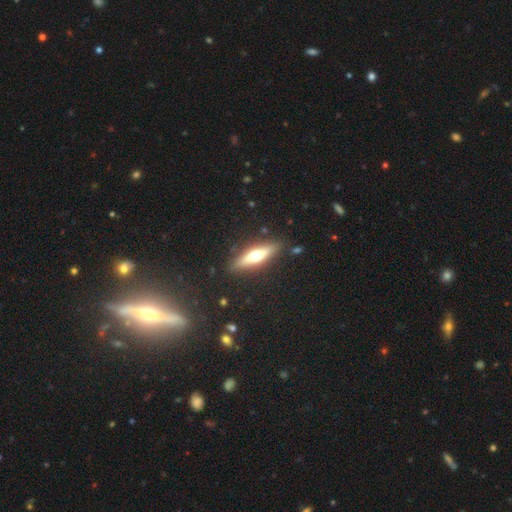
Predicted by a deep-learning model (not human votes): This is possibly a smooth galaxy (48%). Merging: clearly none (86%).